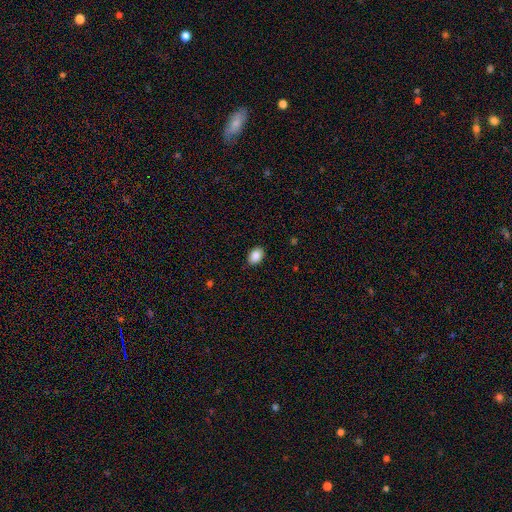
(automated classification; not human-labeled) smooth_or_featured: smooth (p=0.88) [alt: star or artifact p=0.08]
how_rounded: in between (p=0.80) [alt: round p=0.19]
merging: none (p=0.88) [alt: minor disturbance p=0.09]